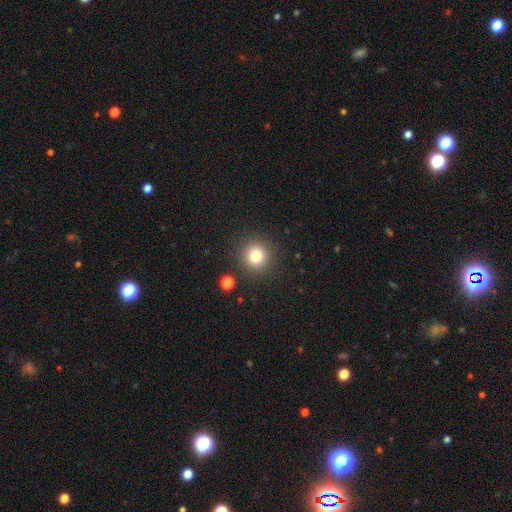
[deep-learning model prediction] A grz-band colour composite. It shows a smooth galaxy with no disk features (80%) that is round (93%). Merging: none (88%).